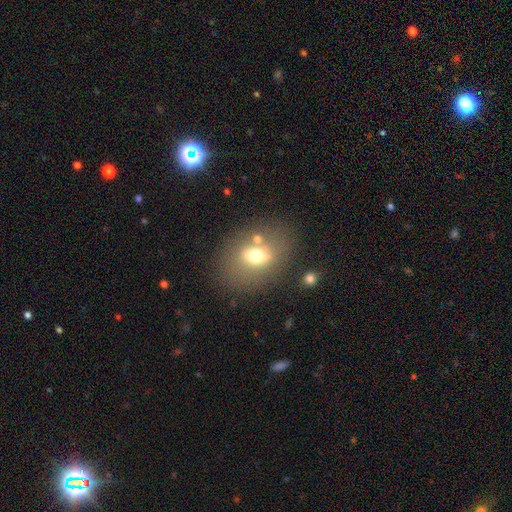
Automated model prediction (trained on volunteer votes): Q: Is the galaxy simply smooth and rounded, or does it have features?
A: smooth — 59%.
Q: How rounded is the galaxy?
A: in between — 60%.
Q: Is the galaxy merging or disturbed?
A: none — 67%.